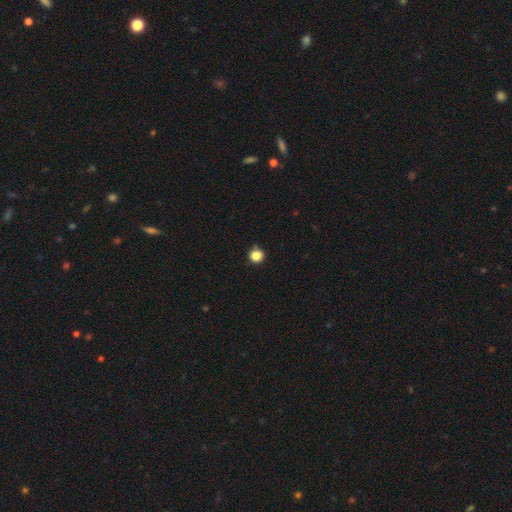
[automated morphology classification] smooth-or-featured: smooth: 85% | star or artifact: 12% | featured or disk: 4%
  how-rounded: round: 91% | in between: 8% | cigar-shaped: 1%
  merging: none: 81% | minor disturbance: 13% | merger: 3% | major disturbance: 3%